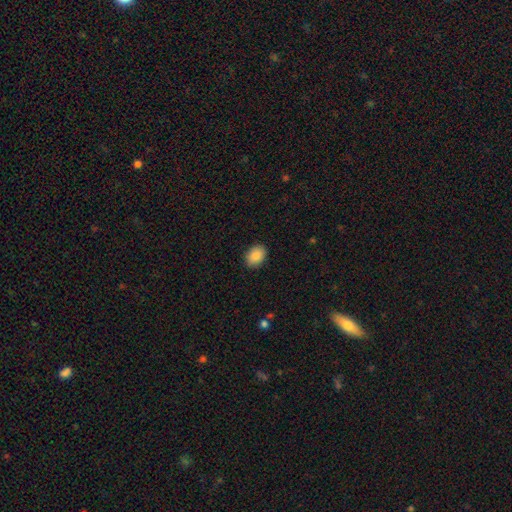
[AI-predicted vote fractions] smooth-or-featured: smooth: 88% | star or artifact: 7% | featured or disk: 4%
  how-rounded: in between: 77% | round: 22% | cigar-shaped: 1%
  merging: none: 89% | minor disturbance: 8% | major disturbance: 2% | merger: 1%